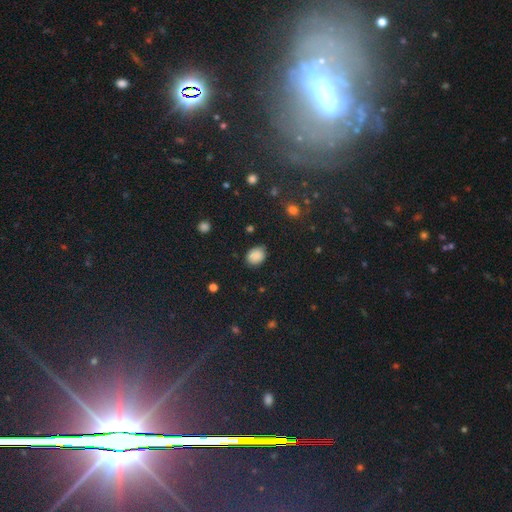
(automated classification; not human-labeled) This is clearly a smooth galaxy (87%). How rounded: possibly in between (54%). Merging: clearly none (84%).